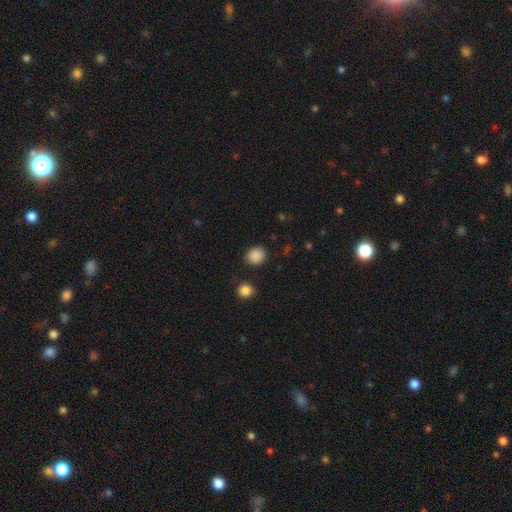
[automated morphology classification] Overall: smooth (88%). How rounded: round (70%). Merging: none (86%).